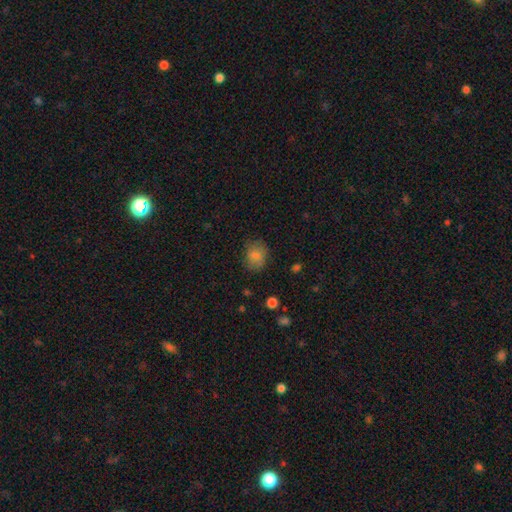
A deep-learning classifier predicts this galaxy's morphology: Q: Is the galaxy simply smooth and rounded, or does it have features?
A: smooth — 81%.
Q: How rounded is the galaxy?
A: round — 56%.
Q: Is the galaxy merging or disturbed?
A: none — 76%.